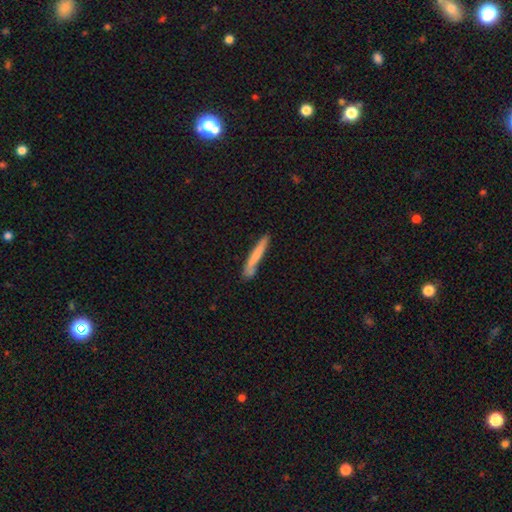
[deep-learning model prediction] A smooth galaxy with no disk features (69%) that is cigar-shaped (95%). Merging: none (71%).